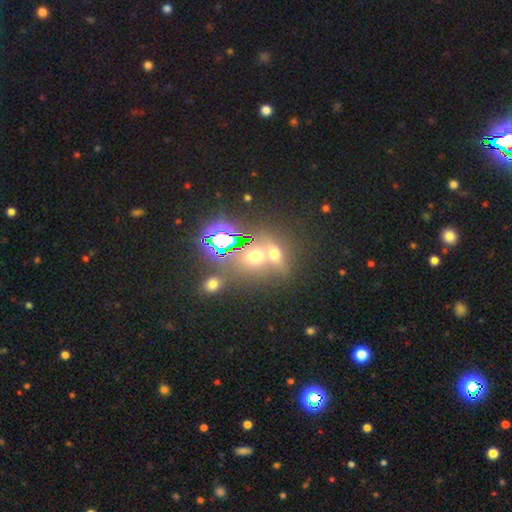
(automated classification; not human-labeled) A smooth galaxy with no disk features (50%) that is round (64%).

Vote fractions:
- Smooth or featured? smooth: 50% / star or artifact: 36% / featured or disk: 14%
- How rounded? round: 64% / in between: 34% / cigar-shaped: 2%
- Merging? merger: 49% / none: 40% / minor disturbance: 6% / major disturbance: 4%